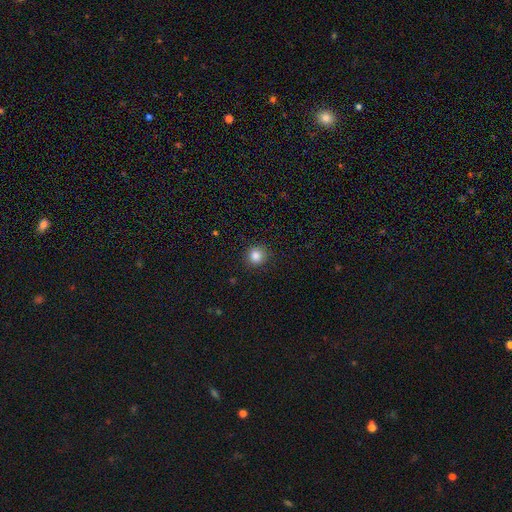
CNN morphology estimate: A smooth galaxy with no disk features (84%) that is round (91%). Merging: none (90%).